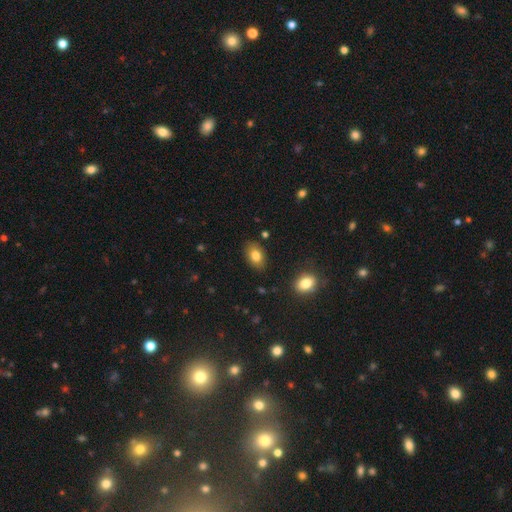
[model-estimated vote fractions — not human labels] smooth-or-featured: smooth: 81% | featured or disk: 10% | star or artifact: 9%
  how-rounded: in between: 85% | round: 14% | cigar-shaped: 1%
  merging: none: 85% | minor disturbance: 11% | major disturbance: 3% | merger: 2%